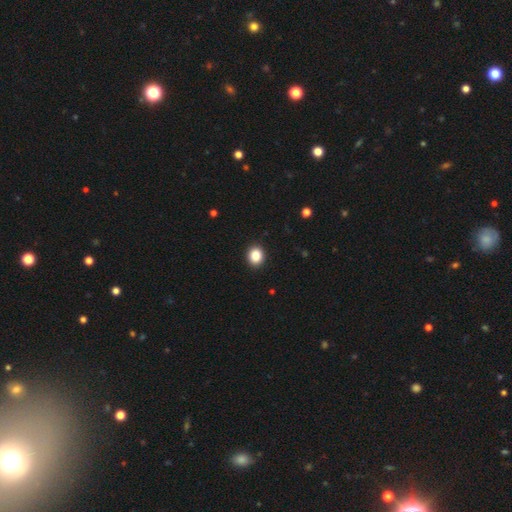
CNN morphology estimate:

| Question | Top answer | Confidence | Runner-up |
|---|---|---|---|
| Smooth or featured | smooth | 86% | star or artifact (10%) |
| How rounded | round | 73% | in between (26%) |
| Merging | none | 92% | minor disturbance (5%) |